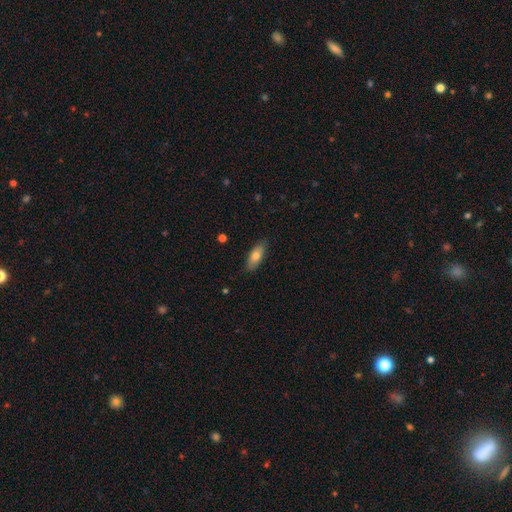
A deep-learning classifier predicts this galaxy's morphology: This appears to be a smooth galaxy with no disk features (76%) that is in between round and cigar-shaped (79%). Merging: none (84%).